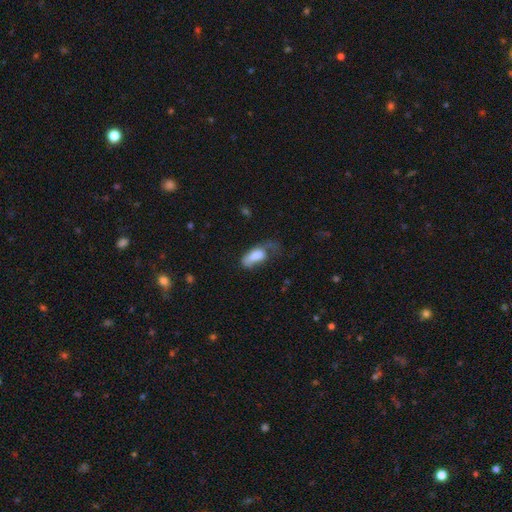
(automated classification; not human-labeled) Smooth or featured?
  - smooth: 72% *
  - featured or disk: 20%
  - star or artifact: 8%
How rounded?
  - in between: 85% *
  - cigar-shaped: 12%
  - round: 3%
Merging?
  - major disturbance: 47% *
  - minor disturbance: 27%
  - none: 21%
  - merger: 6%